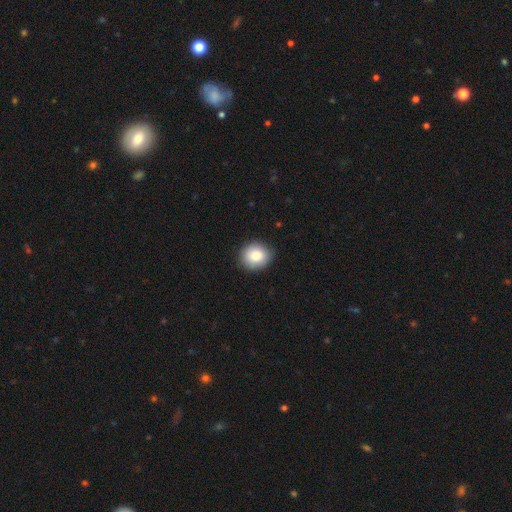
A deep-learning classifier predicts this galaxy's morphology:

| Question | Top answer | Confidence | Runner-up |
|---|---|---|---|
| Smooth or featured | smooth | 85% | star or artifact (8%) |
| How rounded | round | 72% | in between (27%) |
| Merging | none | 88% | minor disturbance (9%) |